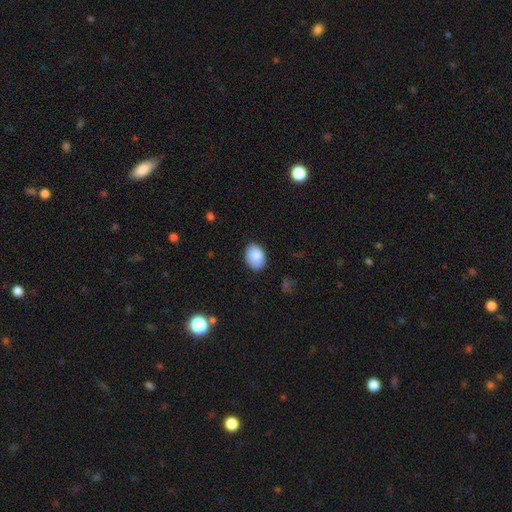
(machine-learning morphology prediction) A smooth galaxy with no disk features (87%) that is in between round and cigar-shaped (77%). Merging: none (82%).